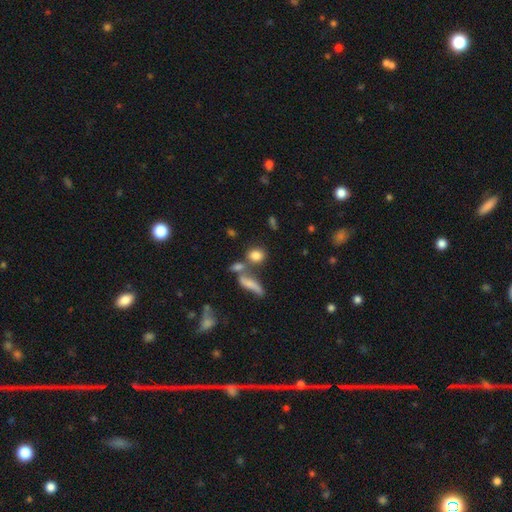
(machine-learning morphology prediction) type=smooth (79%); roundness=in between (46%); merging=none (55%).